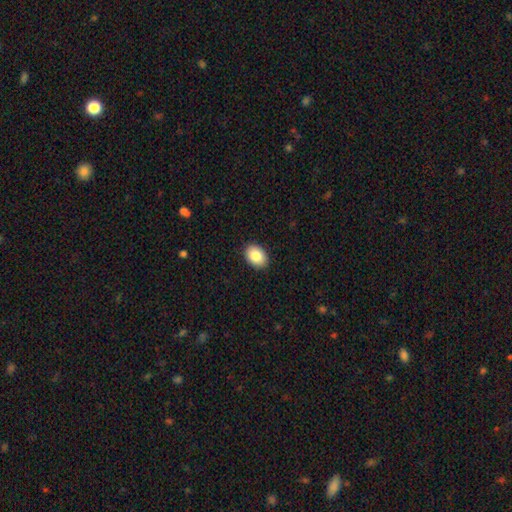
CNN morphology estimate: A smooth galaxy with no disk features (86%) that is in between round and cigar-shaped (77%). Merging: none (90%).